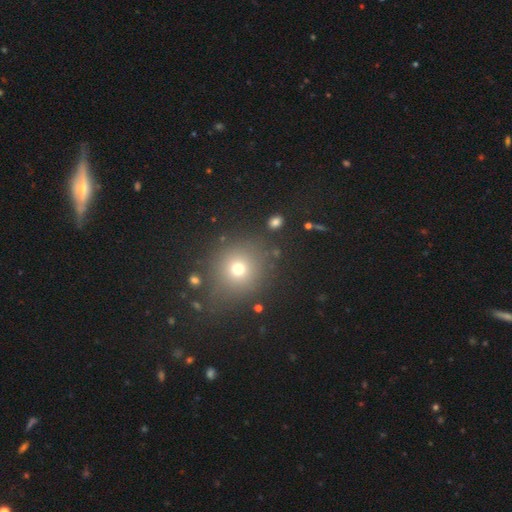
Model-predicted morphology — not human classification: Smooth or featured: smooth — 61% (star or artifact — 30%)
How rounded: round — 85% (in between — 13%)
Merging: none — 84% (minor disturbance — 9%)